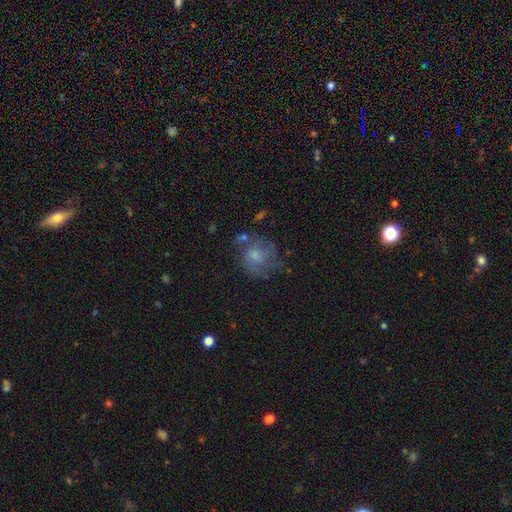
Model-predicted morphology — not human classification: Overall: smooth (45%; featured or disk 44%). Merging: none (46%; major disturbance 25%).